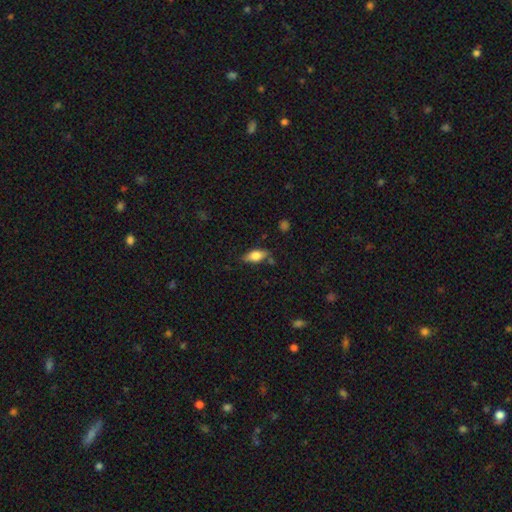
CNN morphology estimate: A smooth galaxy with no disk features (70%) that is in between round and cigar-shaped (80%). Merging: none (76%).